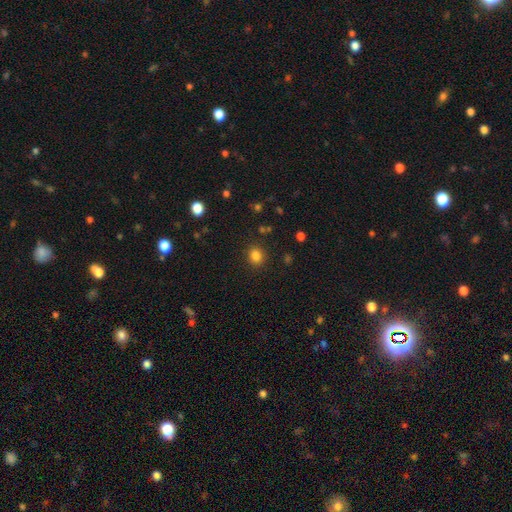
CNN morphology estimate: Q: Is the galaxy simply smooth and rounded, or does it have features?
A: smooth — 83%.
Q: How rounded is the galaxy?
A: round — 68%.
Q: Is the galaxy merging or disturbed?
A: none — 87%.